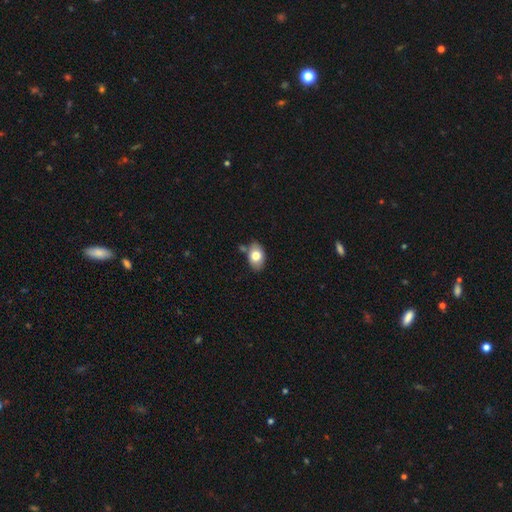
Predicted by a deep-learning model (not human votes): Morphology: type=smooth (76%); roundness=in between (84%); merging=none (72%).